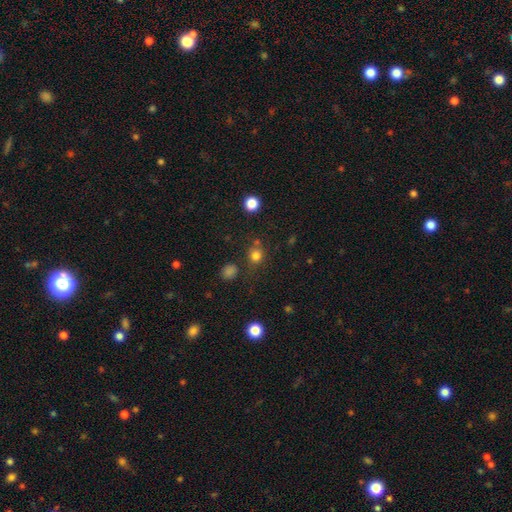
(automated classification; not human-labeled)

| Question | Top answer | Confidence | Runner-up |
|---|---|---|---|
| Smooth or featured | smooth | 77% | star or artifact (17%) |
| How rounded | round | 85% | in between (14%) |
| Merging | none | 73% | minor disturbance (12%) |